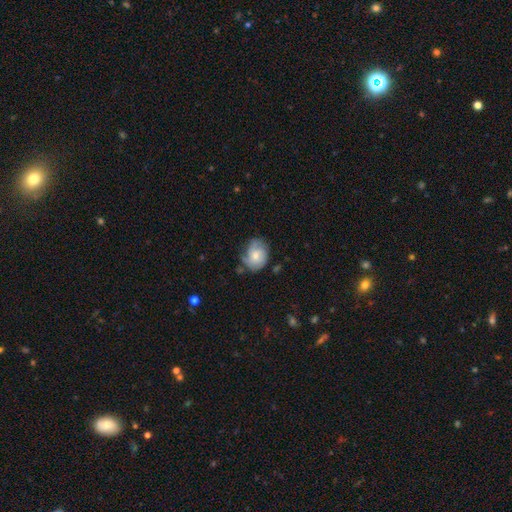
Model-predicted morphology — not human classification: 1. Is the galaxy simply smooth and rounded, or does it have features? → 55% smooth, 38% featured or disk, 7% star or artifact.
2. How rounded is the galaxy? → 54% in between, 45% round, 1% cigar-shaped.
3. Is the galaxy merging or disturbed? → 56% none, 31% minor disturbance, 10% major disturbance, 3% merger.